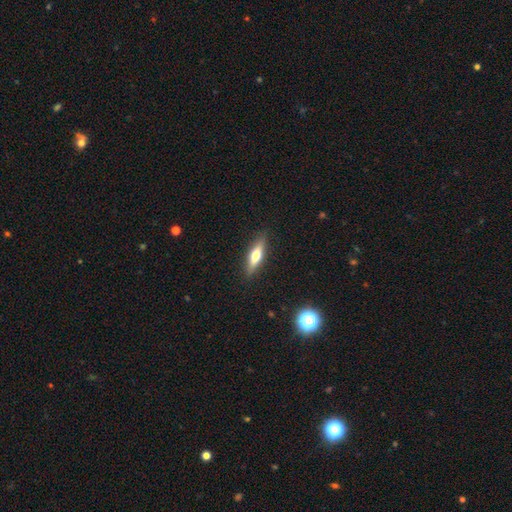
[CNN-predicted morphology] smooth-or-featured: smooth: 48% | featured or disk: 45% | star or artifact: 7%
  merging: none: 89% | minor disturbance: 8% | major disturbance: 2% | merger: 1%